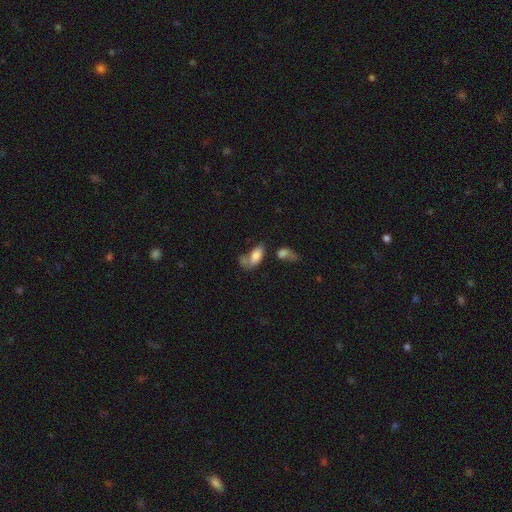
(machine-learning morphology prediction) smooth 76%, featured or disk 15%, star or artifact 9%. Down the decision tree: how rounded — in between (90%); merging — merger (34%).